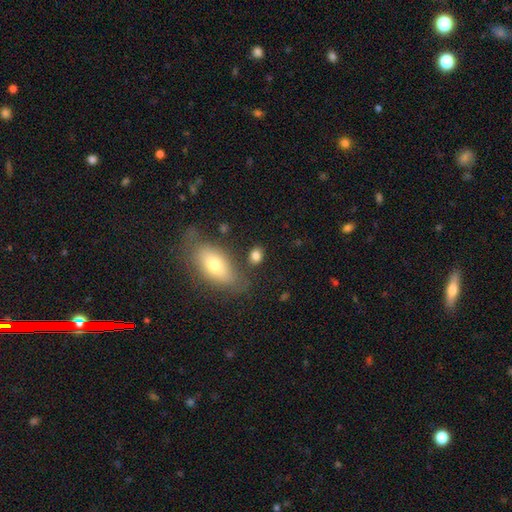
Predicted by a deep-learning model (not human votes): Q: Smooth or featured?
A: smooth (81%); runner-up: star or artifact (9%)
Q: How rounded?
A: in between (64%); runner-up: round (32%)
Q: Merging?
A: none (73%); runner-up: minor disturbance (13%)